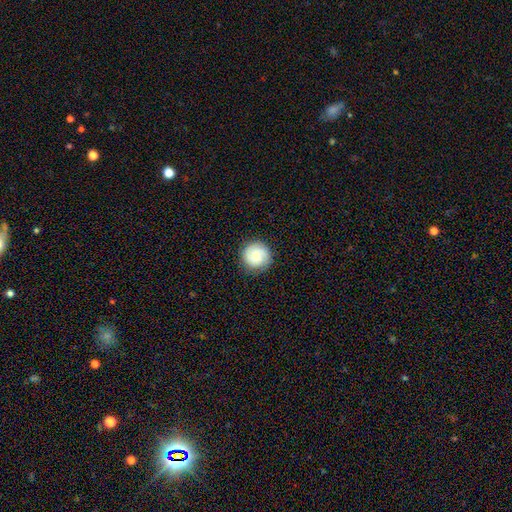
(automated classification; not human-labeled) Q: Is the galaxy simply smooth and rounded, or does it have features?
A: smooth — 56%.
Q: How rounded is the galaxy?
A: round — 94%.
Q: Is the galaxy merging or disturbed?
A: none — 87%.